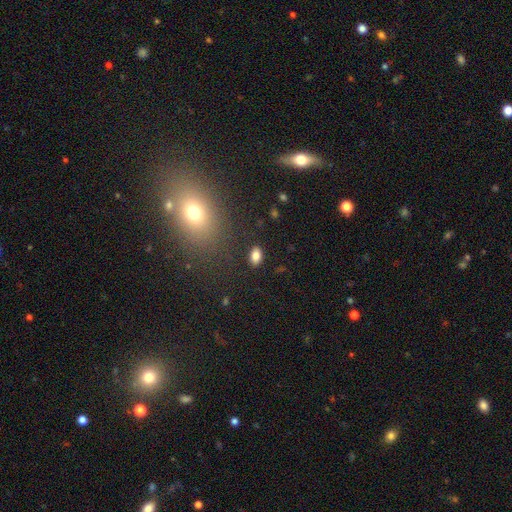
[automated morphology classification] Smooth or featured: smooth — 83% (star or artifact — 10%)
How rounded: in between — 86% (round — 12%)
Merging: none — 88% (minor disturbance — 8%)